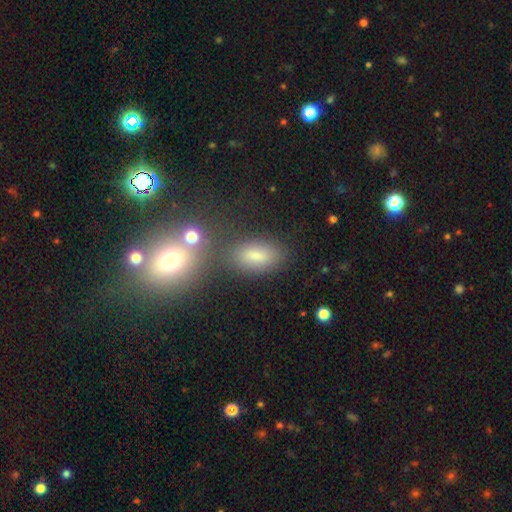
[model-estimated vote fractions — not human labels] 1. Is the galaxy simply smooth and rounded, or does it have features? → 76% smooth, 13% star or artifact, 10% featured or disk.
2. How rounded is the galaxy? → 87% in between, 8% round, 6% cigar-shaped.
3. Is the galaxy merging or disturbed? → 72% none, 12% minor disturbance, 11% merger, 5% major disturbance.